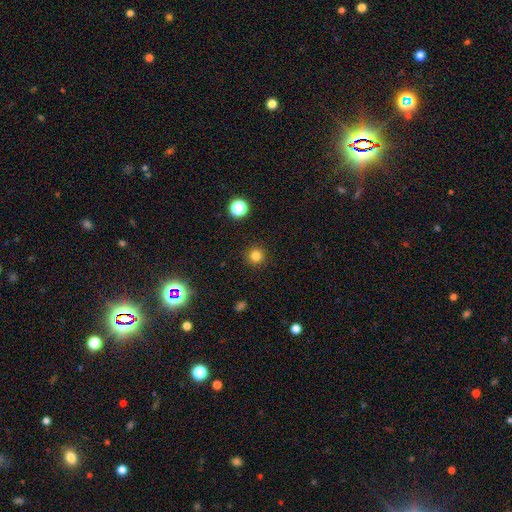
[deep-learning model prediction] Q: Smooth or featured?
A: smooth (81%); runner-up: star or artifact (15%)
Q: How rounded?
A: round (95%); runner-up: in between (4%)
Q: Merging?
A: none (92%); runner-up: minor disturbance (5%)